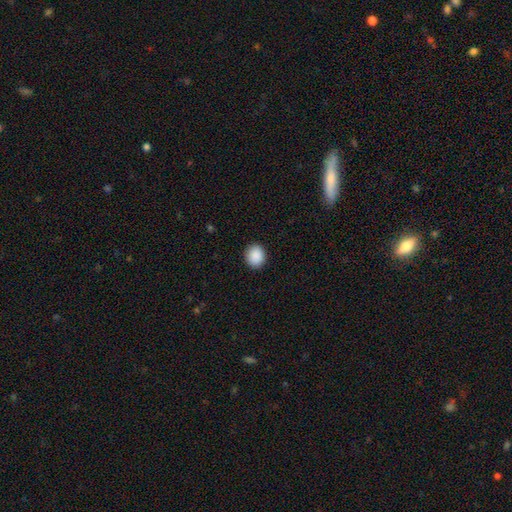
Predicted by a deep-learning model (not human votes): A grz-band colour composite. It shows a smooth galaxy with no disk features (90%) that is round (73%). Merging: none (91%).